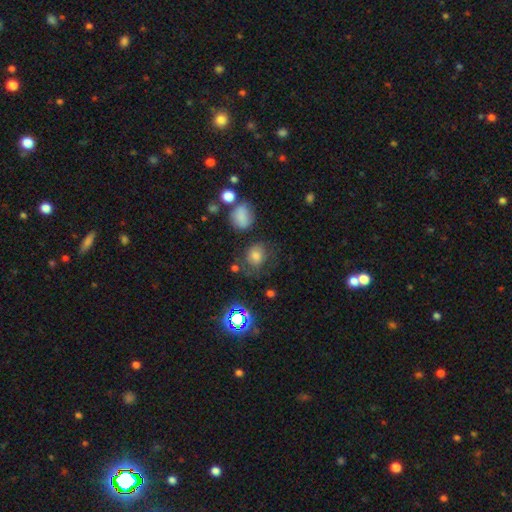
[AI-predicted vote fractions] This is likely a smooth galaxy (68%). How rounded: likely round (68%). Merging: likely none (62%).